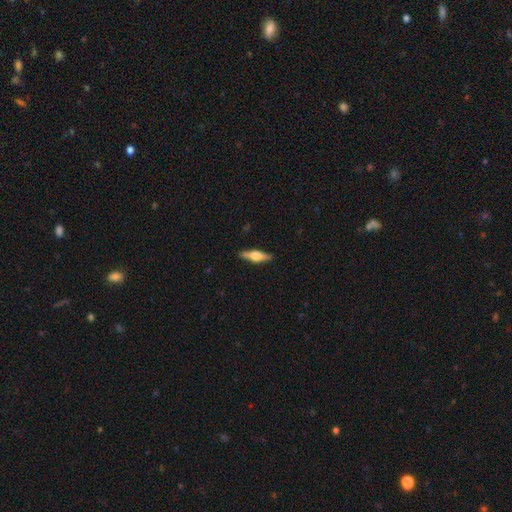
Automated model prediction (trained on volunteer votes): This is likely a featured or disk galaxy (64%). It is clearly viewed edge-on (96%). Edge-on bulge: clearly rounded (92%). Merging: clearly none (89%).